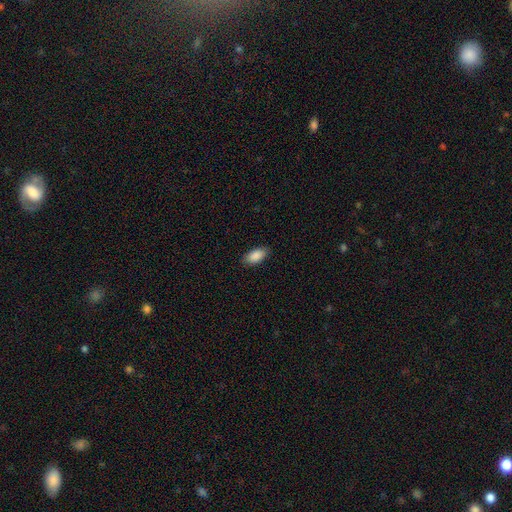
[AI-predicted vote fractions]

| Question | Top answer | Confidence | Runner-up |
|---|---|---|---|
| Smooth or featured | smooth | 90% | star or artifact (6%) |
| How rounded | in between | 93% | cigar-shaped (5%) |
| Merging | none | 88% | minor disturbance (9%) |